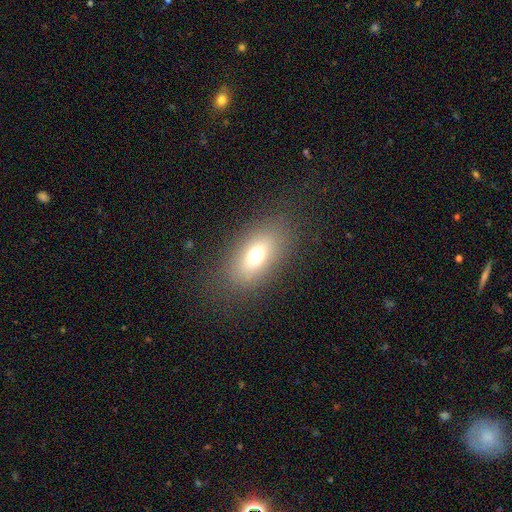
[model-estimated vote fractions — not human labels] A smooth galaxy with no disk features (69%) that is in between round and cigar-shaped (84%). Merging: none (82%).